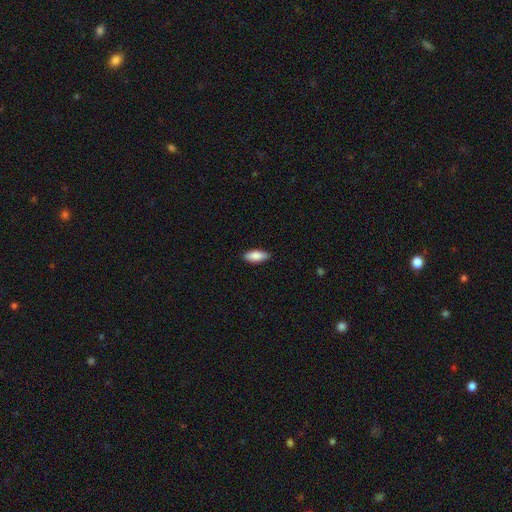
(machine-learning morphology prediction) A smooth galaxy with no disk features (86%) that is in between round and cigar-shaped (82%). Merging: none (88%).